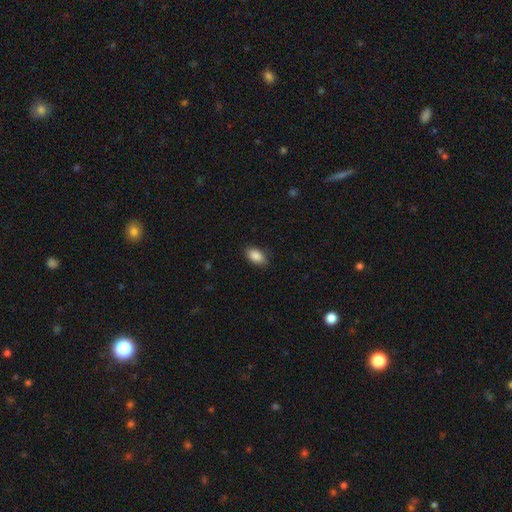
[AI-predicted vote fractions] Smooth or featured: smooth — 88% (star or artifact — 7%)
How rounded: in between — 91% (round — 8%)
Merging: none — 84% (minor disturbance — 12%)